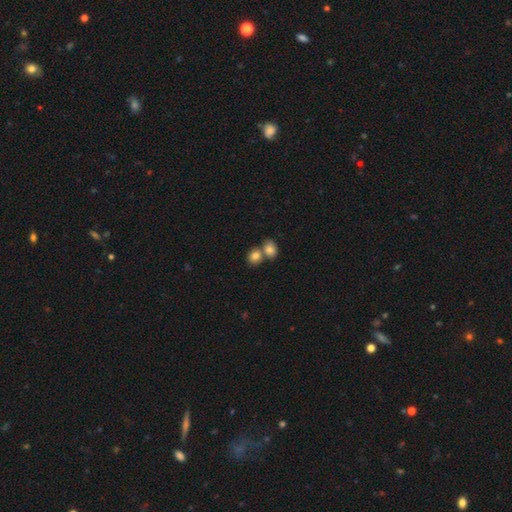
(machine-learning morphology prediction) This appears to be a smooth galaxy with no disk features (83%) that is round (60%). Merging: merger (54%).